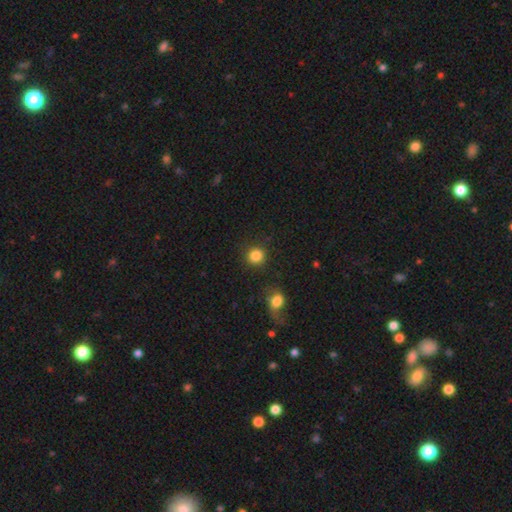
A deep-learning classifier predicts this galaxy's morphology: Q: Smooth or featured?
A: smooth (86%); runner-up: star or artifact (10%)
Q: How rounded?
A: round (90%); runner-up: in between (9%)
Q: Merging?
A: none (86%); runner-up: minor disturbance (7%)